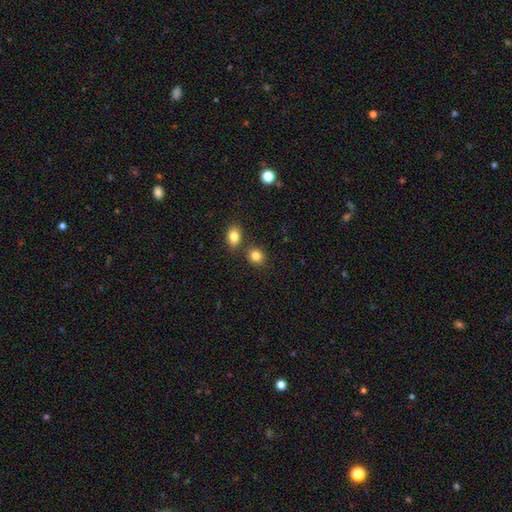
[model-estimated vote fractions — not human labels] Smooth or featured? smooth (84%)
How rounded? round (70%)
Merging? none (72%)